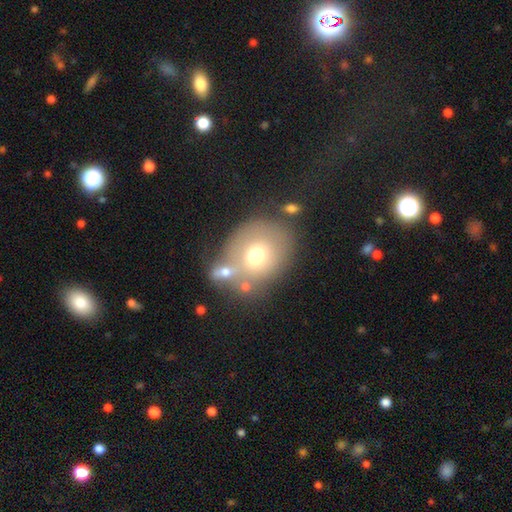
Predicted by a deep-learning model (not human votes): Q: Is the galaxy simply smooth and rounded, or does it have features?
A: smooth — 65%.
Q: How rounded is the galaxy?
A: round — 63%.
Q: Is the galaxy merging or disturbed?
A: none — 49%.